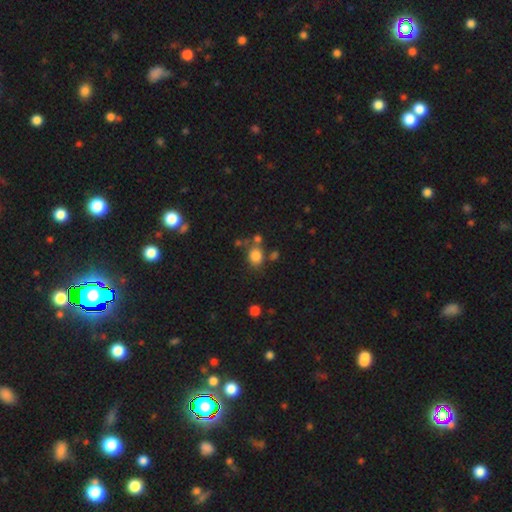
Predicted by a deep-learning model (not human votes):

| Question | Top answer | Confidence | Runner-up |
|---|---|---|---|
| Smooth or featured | smooth | 80% | star or artifact (13%) |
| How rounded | round | 70% | in between (29%) |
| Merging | none | 62% | merger (17%) |